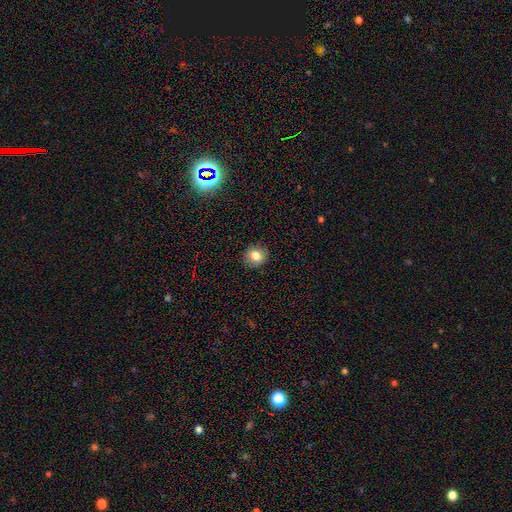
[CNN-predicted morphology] A smooth galaxy with no disk features (81%) that is round (77%).

Vote fractions:
- Smooth or featured? smooth: 81% / star or artifact: 10% / featured or disk: 9%
- How rounded? round: 77% / in between: 22% / cigar-shaped: 1%
- Merging? none: 89% / minor disturbance: 8% / major disturbance: 2% / merger: 1%